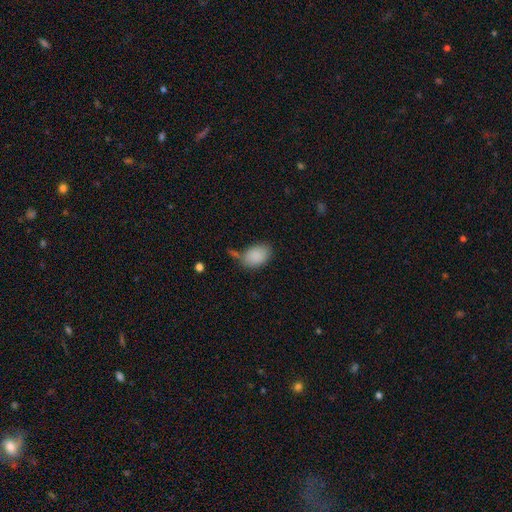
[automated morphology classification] Overall: smooth (88%). How rounded: in between (86%). Merging: none (62%; minor disturbance 22%).